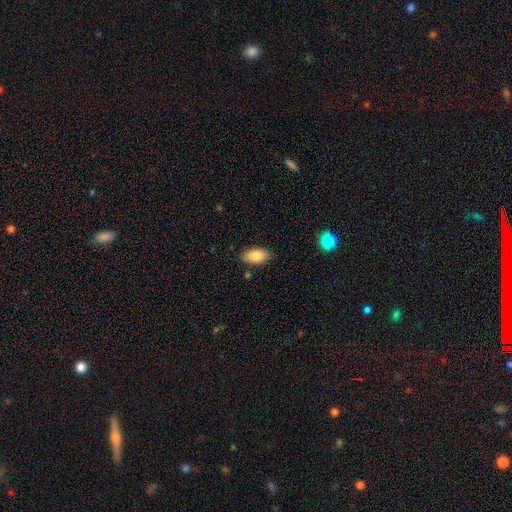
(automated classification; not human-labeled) smooth 85%, featured or disk 9%, star or artifact 7%. Down the decision tree: how rounded — in between (93%); merging — none (84%).